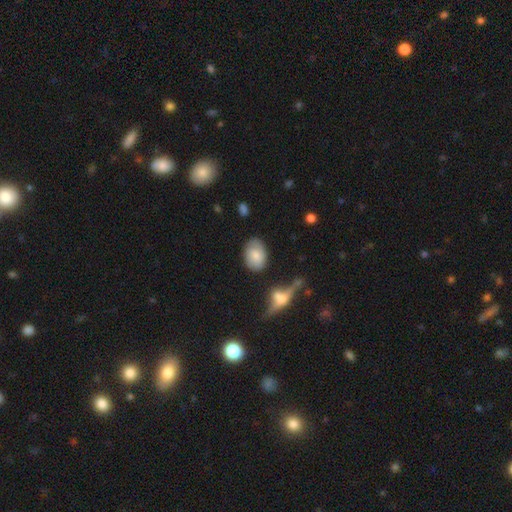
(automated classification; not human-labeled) Q: Smooth or featured?
A: smooth (73%); runner-up: featured or disk (20%)
Q: How rounded?
A: in between (79%); runner-up: round (20%)
Q: Merging?
A: none (73%); runner-up: minor disturbance (19%)